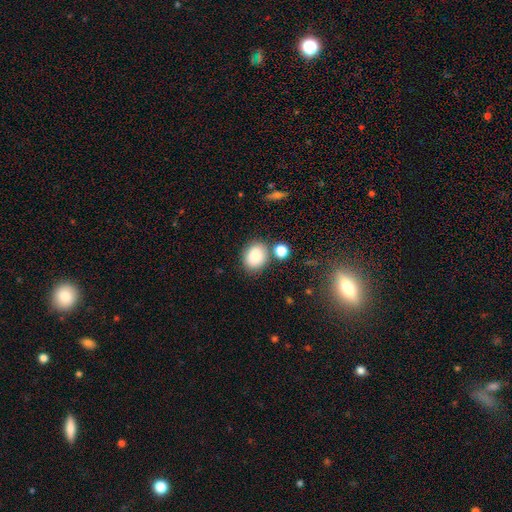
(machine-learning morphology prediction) smooth-or-featured: smooth: 84% | star or artifact: 9% | featured or disk: 7%
  how-rounded: in between: 51% | round: 48% | cigar-shaped: 1%
  merging: none: 75% | minor disturbance: 11% | merger: 10% | major disturbance: 3%